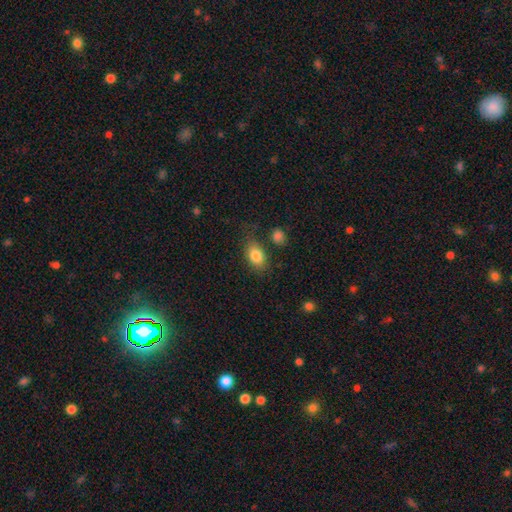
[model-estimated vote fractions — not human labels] A smooth galaxy with no disk features (83%) that is in between round and cigar-shaped (84%). Merging: none (72%).